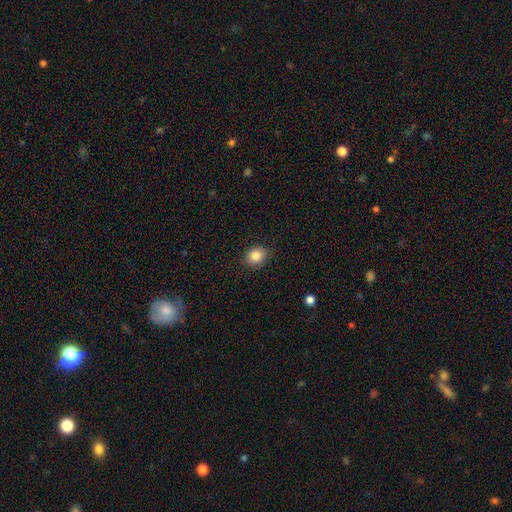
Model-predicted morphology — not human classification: This appears to be a smooth galaxy with no disk features (84%) that is round (67%). Merging: none (86%).